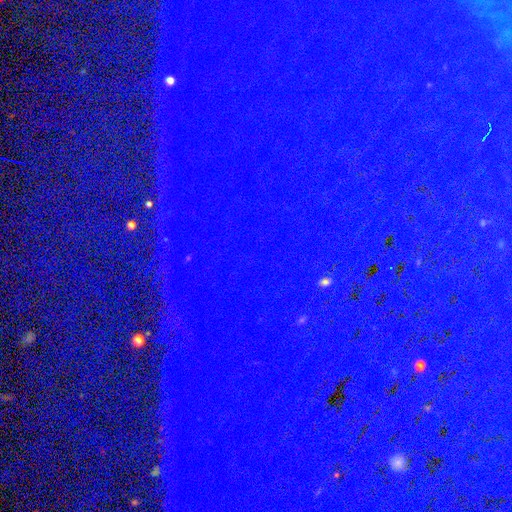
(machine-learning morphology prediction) Q: Smooth or featured?
A: star or artifact (89%); runner-up: featured or disk (6%)